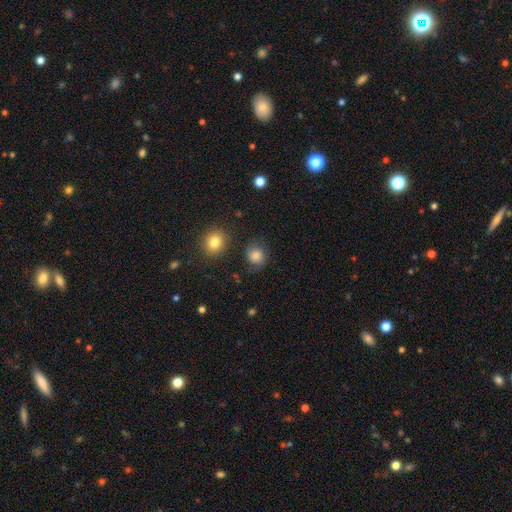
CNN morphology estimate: A smooth galaxy with no disk features (80%) that is round (78%). Merging: none (75%).